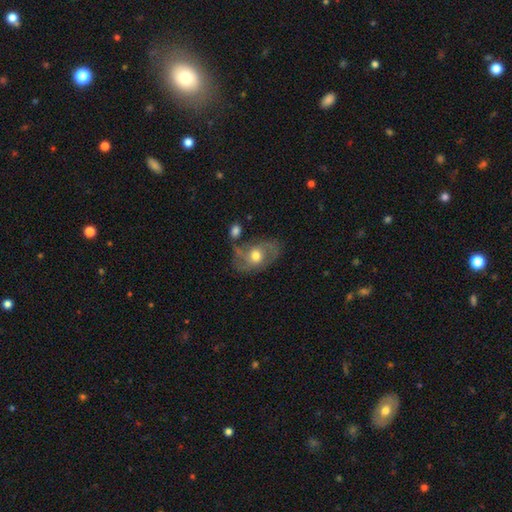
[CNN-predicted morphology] A featured or disk galaxy (60%) with no bar (72%), spiral arms (73%) and a moderate central bulge (75%).

Vote fractions:
- Smooth or featured? featured or disk: 60% / smooth: 33% / star or artifact: 7%
- Edge-on disk? no: 95% / yes: 5%
- Bar? no: 72% / weak: 23% / strong: 5%
- Spiral arms? yes: 73% / no: 27%
- Bulge size? moderate: 75% / large: 12% / small: 11% / dominant: 1% / none: 1%
- Merging? none: 51% / minor disturbance: 24% / major disturbance: 15% / merger: 10%